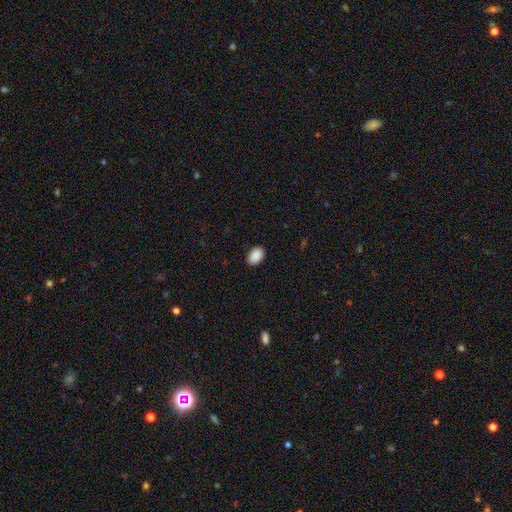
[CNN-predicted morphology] smooth_or_featured: smooth (p=0.90) [alt: star or artifact p=0.07]
how_rounded: in between (p=0.82) [alt: round p=0.17]
merging: none (p=0.89) [alt: minor disturbance p=0.08]